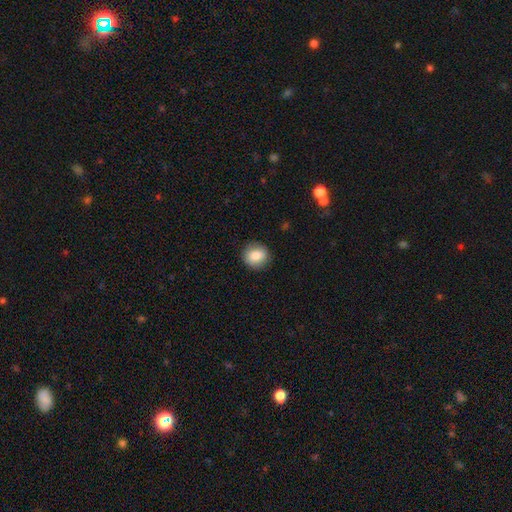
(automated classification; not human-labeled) This appears to be a smooth galaxy with no disk features (83%) that is round (85%). Merging: none (88%).